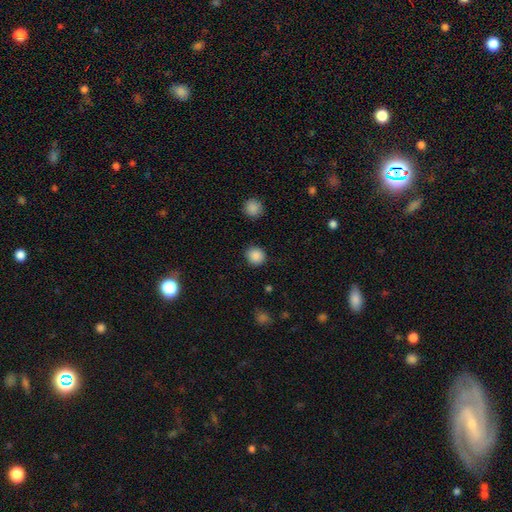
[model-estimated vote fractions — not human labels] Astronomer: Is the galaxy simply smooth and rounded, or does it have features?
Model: smooth — 87%.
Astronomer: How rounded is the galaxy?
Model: round — 92%.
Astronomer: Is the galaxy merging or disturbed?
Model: none — 89%.